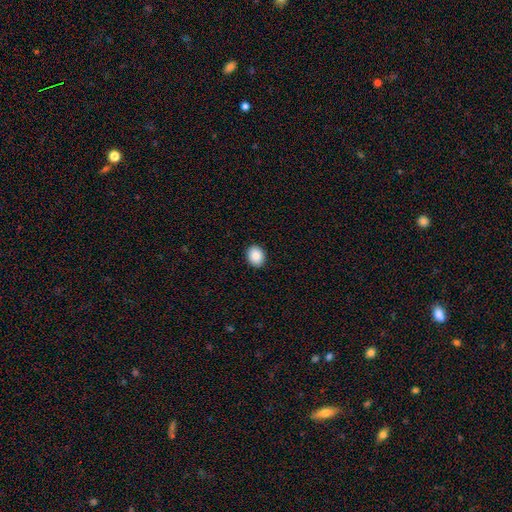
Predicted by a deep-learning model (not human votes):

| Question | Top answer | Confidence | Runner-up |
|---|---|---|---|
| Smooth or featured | smooth | 88% | star or artifact (8%) |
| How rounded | round | 52% | in between (47%) |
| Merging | none | 92% | minor disturbance (6%) |